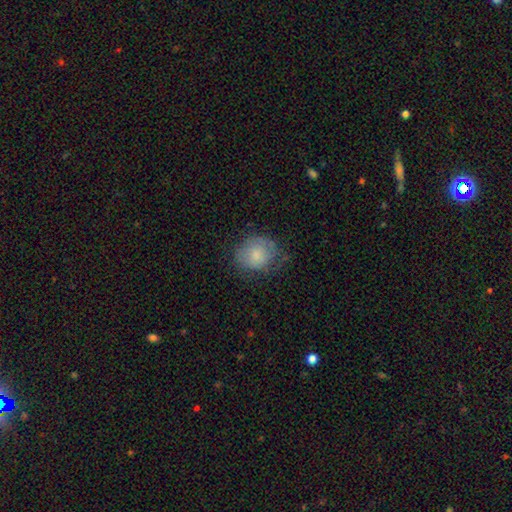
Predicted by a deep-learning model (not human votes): Overall: smooth (73%). How rounded: round (62%; in between 37%). Merging: none (59%; minor disturbance 28%).